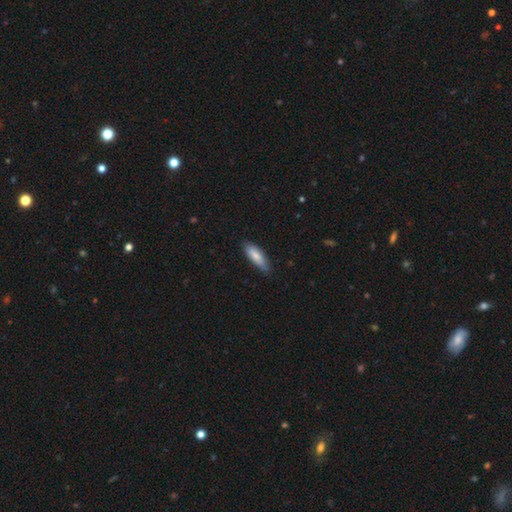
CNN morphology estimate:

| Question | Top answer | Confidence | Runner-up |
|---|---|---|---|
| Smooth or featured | smooth | 79% | featured or disk (16%) |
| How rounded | in between | 59% | cigar-shaped (39%) |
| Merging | none | 79% | minor disturbance (17%) |